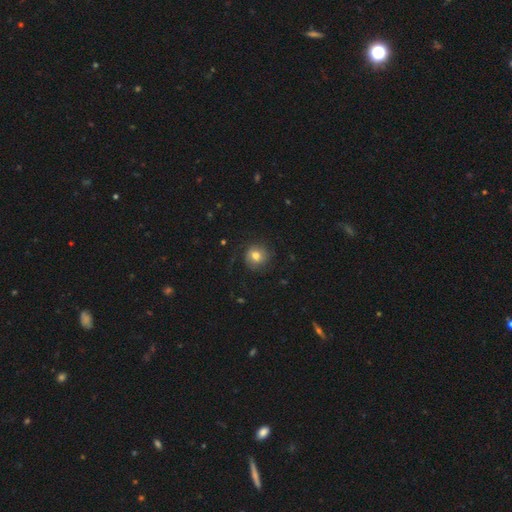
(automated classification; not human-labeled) Overall: smooth (75%). How rounded: round (89%). Merging: none (77%).